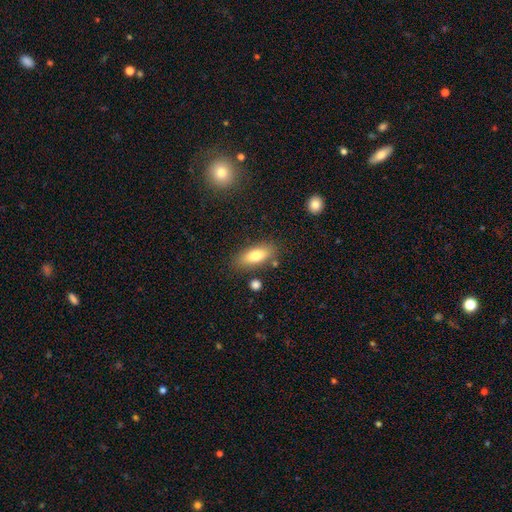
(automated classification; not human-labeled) Overall: smooth (76%). How rounded: in between (79%). Merging: none (80%).